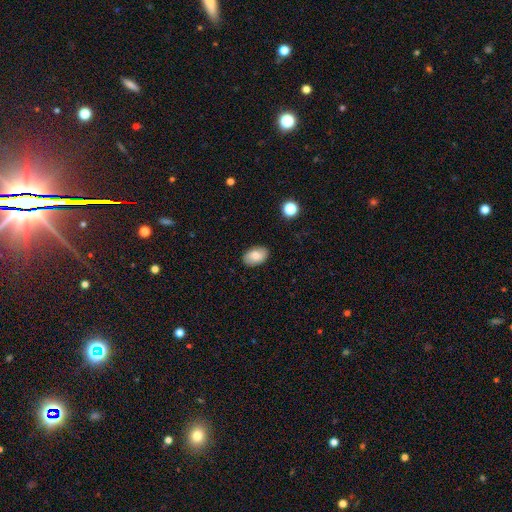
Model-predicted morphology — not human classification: A smooth galaxy with no disk features (81%) that is in between round and cigar-shaped (90%).

Vote fractions:
- Smooth or featured? smooth: 81% / featured or disk: 11% / star or artifact: 8%
- How rounded? in between: 90% / round: 9% / cigar-shaped: 1%
- Merging? none: 87% / minor disturbance: 10% / major disturbance: 2% / merger: 1%